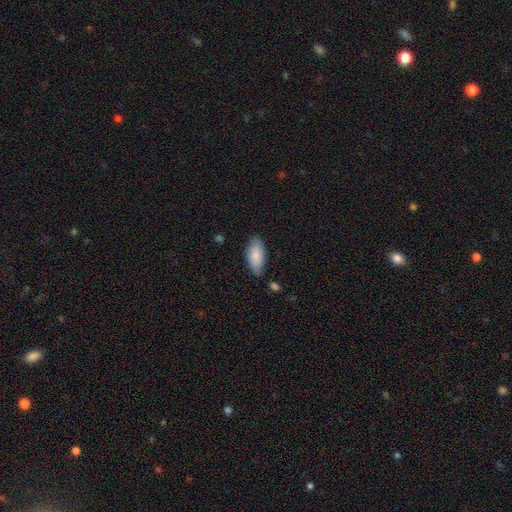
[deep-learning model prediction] smooth-or-featured: smooth: 85% | featured or disk: 9% | star or artifact: 6%
  how-rounded: in between: 89% | cigar-shaped: 9% | round: 2%
  merging: none: 74% | minor disturbance: 20% | major disturbance: 3% | merger: 3%